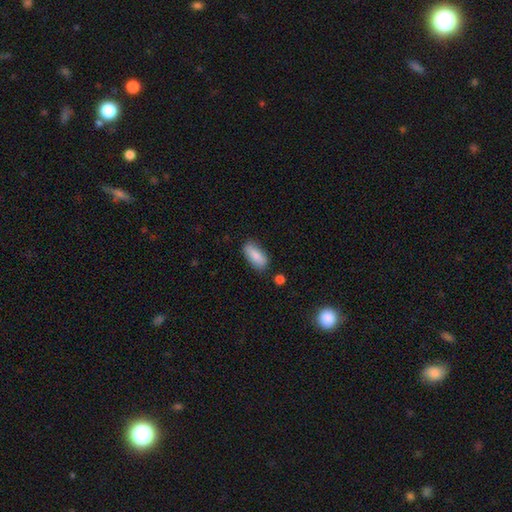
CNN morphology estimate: Q: Smooth or featured?
A: smooth (84%); runner-up: featured or disk (10%)
Q: How rounded?
A: in between (78%); runner-up: cigar-shaped (20%)
Q: Merging?
A: none (76%); runner-up: minor disturbance (18%)